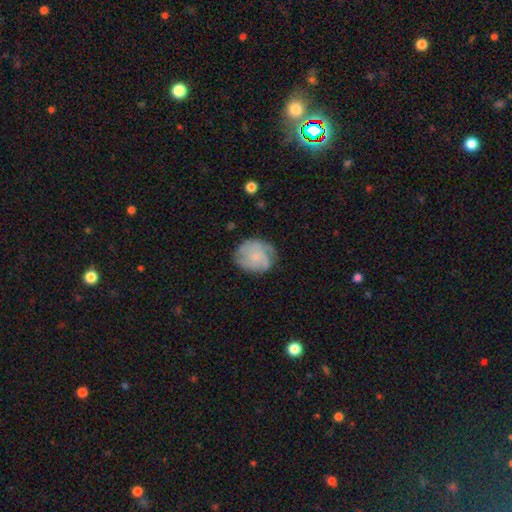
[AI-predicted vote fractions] A featured or disk galaxy (56%) with no bar (80%), spiral arms (86%) and a small central bulge (67%). Merging: none (68%).